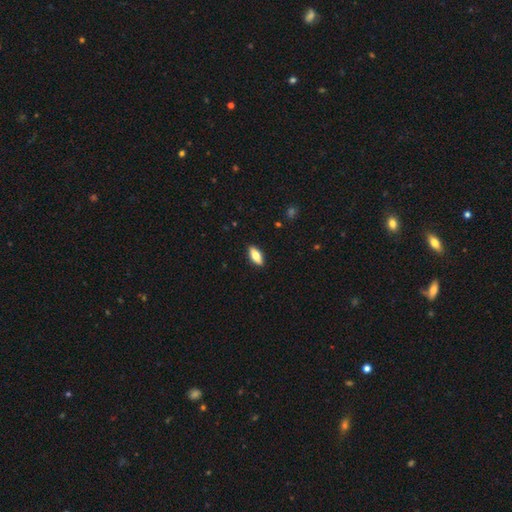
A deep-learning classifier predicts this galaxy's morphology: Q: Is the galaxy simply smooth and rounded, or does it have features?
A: smooth — 68%.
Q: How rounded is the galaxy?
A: in between — 78%.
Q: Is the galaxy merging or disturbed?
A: none — 89%.